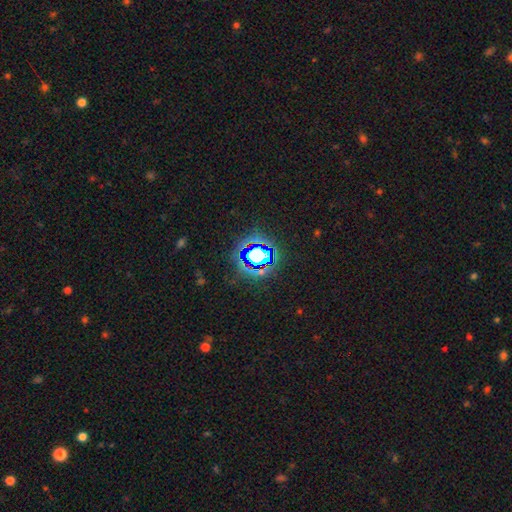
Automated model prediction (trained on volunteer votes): Overall: star or artifact (67%).